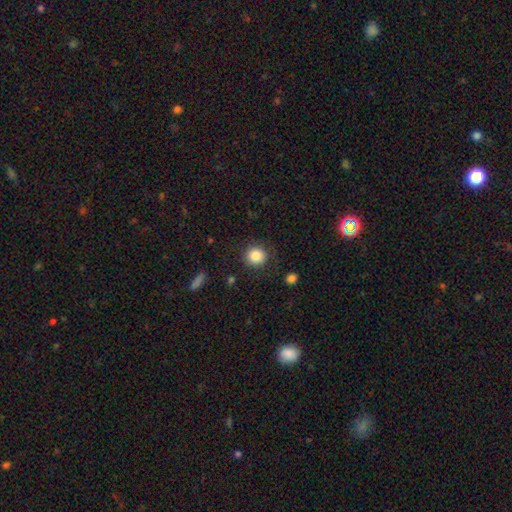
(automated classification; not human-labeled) Smooth or featured? smooth (85%)
How rounded? round (90%)
Merging? none (86%)